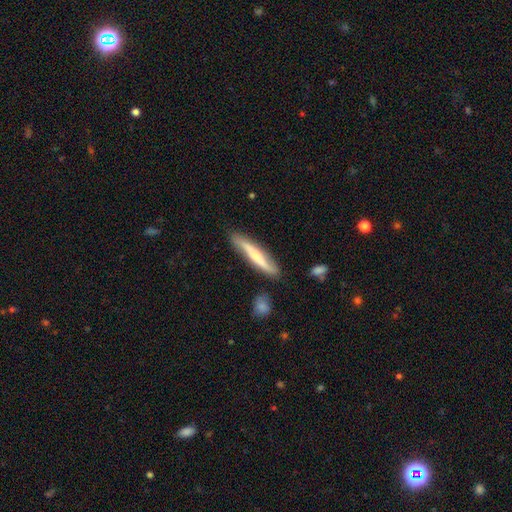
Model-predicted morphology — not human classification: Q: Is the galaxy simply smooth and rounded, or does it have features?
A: featured or disk — 48%.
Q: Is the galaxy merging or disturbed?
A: none — 81%.